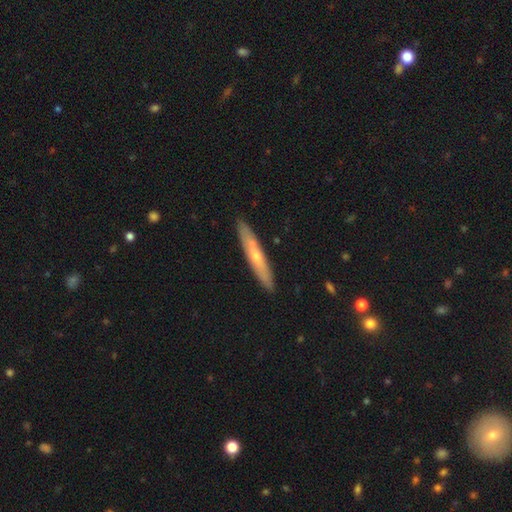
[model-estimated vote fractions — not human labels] The model was most divided on "smooth or featured": featured or disk: 48%, smooth: 46%, star or artifact: 6%. More confident: merging — none (89%).